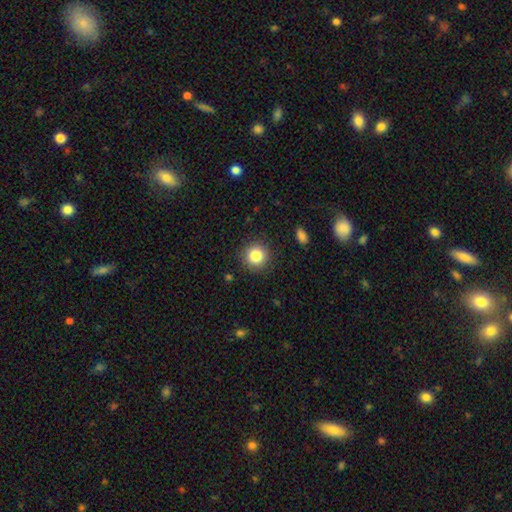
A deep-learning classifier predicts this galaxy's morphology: This appears to be a smooth galaxy with no disk features (84%) that is round (93%). Merging: none (89%).